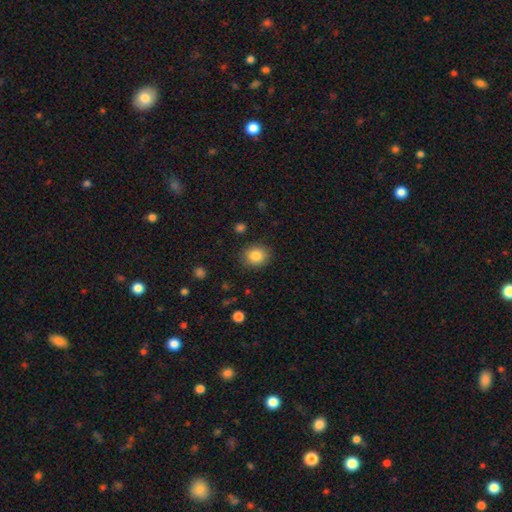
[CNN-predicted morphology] Overall: smooth (85%). How rounded: round (71%). Merging: none (87%).